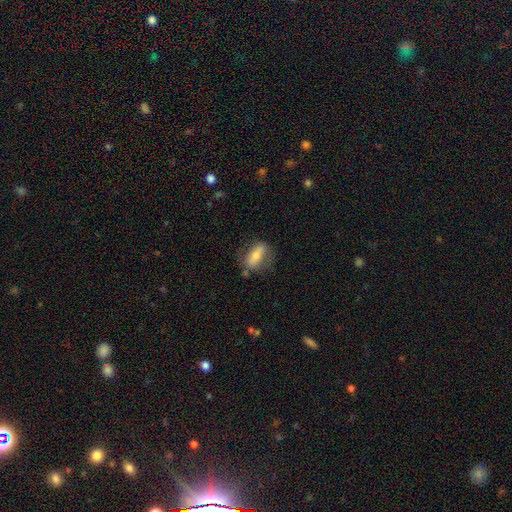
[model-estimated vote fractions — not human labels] This is likely a smooth galaxy (65%). How rounded: likely in between (76%). Merging: likely none (63%).